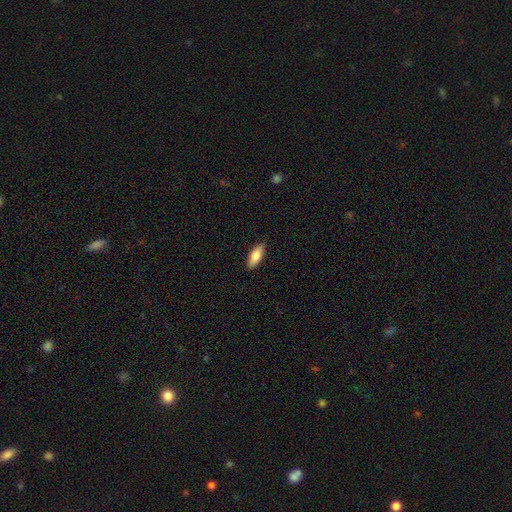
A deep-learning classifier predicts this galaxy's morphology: Smooth or featured?
  - smooth: 80% *
  - featured or disk: 14%
  - star or artifact: 6%
How rounded?
  - in between: 69% *
  - cigar-shaped: 29%
  - round: 2%
Merging?
  - none: 87% *
  - minor disturbance: 10%
  - major disturbance: 2%
  - merger: 1%